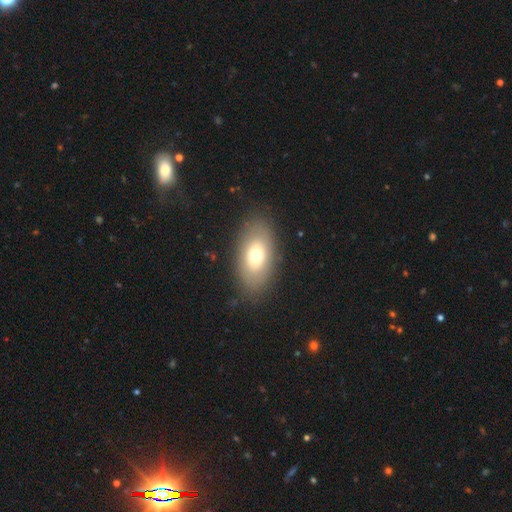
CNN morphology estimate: Smooth or featured? Predicted: smooth (p=0.67). How rounded? Predicted: in between (p=0.90). Merging? Predicted: none (p=0.85).